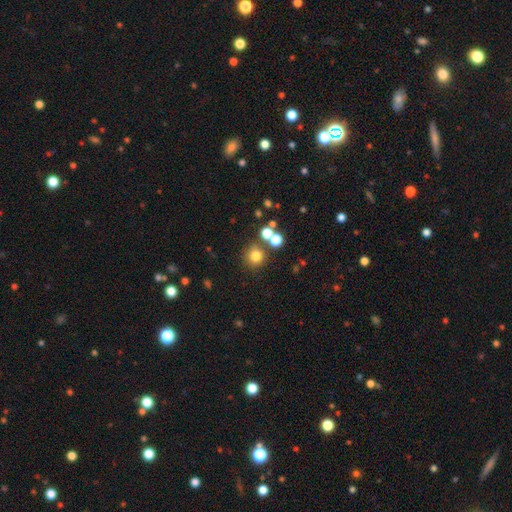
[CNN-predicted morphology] A smooth galaxy with no disk features (76%) that is round (93%). Merging: none (76%).